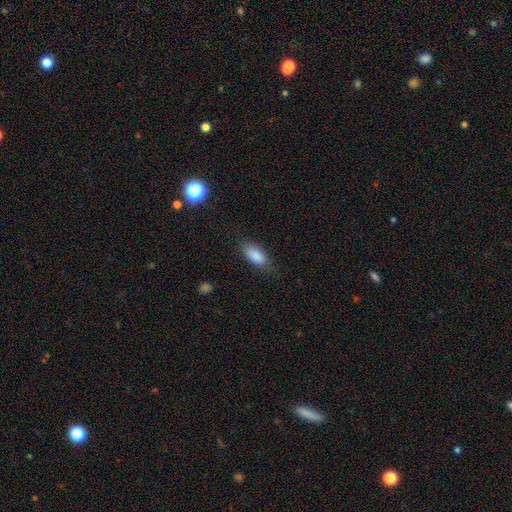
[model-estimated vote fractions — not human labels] Smooth or featured: smooth — 87% (star or artifact — 7%)
How rounded: in between — 85% (cigar-shaped — 12%)
Merging: none — 80% (minor disturbance — 14%)